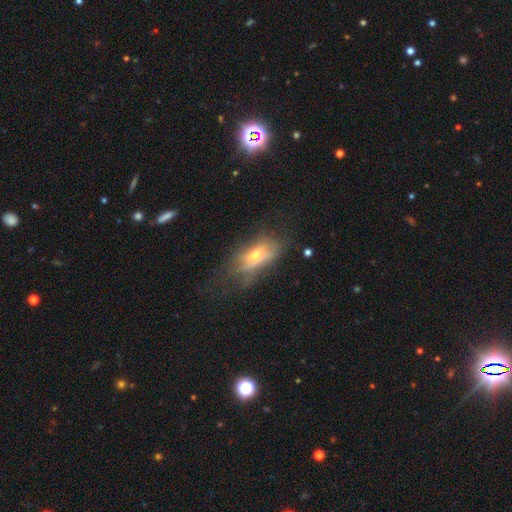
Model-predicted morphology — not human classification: This is possibly a smooth galaxy (52%). How rounded: clearly in between (82%). Merging: marginally none (38%).